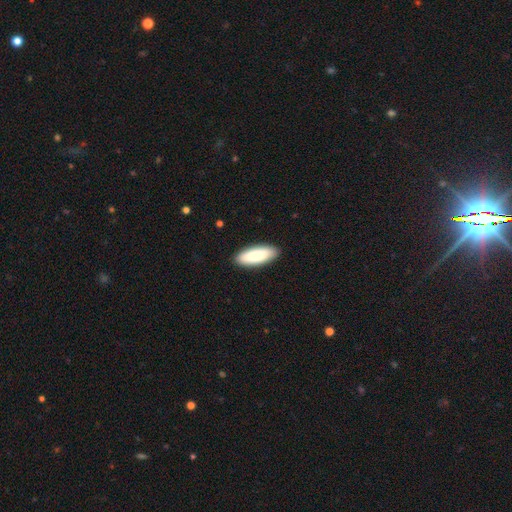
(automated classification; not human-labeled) Smooth or featured?
  - smooth: 87% *
  - featured or disk: 8%
  - star or artifact: 5%
How rounded?
  - in between: 69% *
  - cigar-shaped: 29%
  - round: 2%
Merging?
  - none: 90% *
  - minor disturbance: 7%
  - major disturbance: 2%
  - merger: 1%